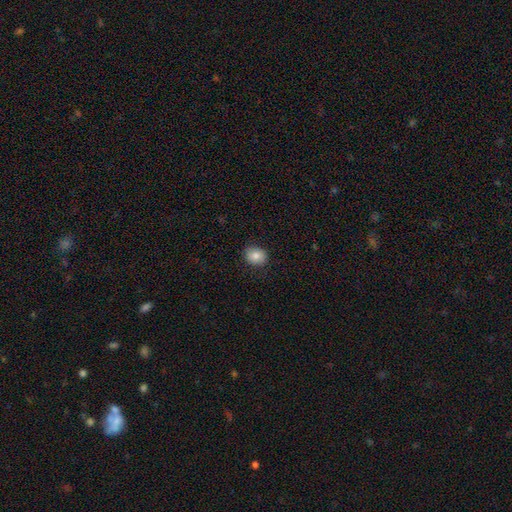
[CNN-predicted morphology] smooth_or_featured: smooth (p=0.83) [alt: featured or disk p=0.08]
how_rounded: round (p=0.59) [alt: in between p=0.40]
merging: none (p=0.86) [alt: minor disturbance p=0.10]